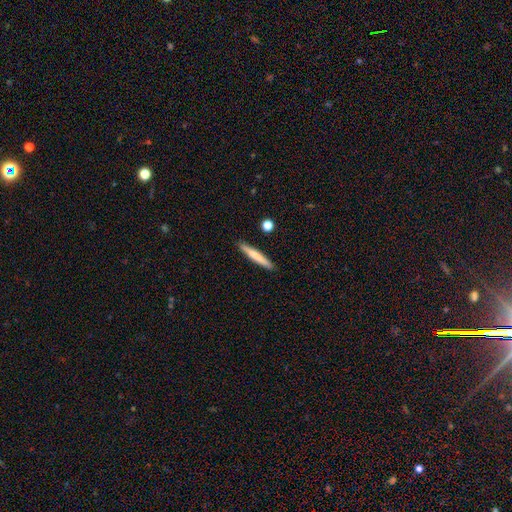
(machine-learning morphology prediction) Smooth or featured: smooth — 70% (featured or disk — 24%)
How rounded: cigar-shaped — 95% (in between — 4%)
Merging: none — 89% (minor disturbance — 7%)